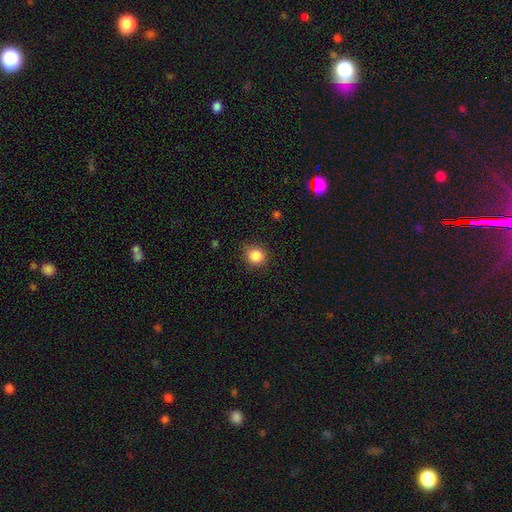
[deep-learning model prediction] Morphology: type=smooth (86%); roundness=round (88%); merging=none (79%).